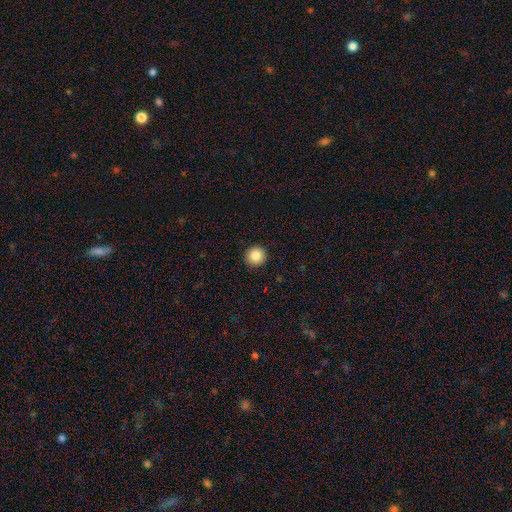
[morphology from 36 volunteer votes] Overall: smooth (86%). How rounded: round (100%). Merging: none (94%).